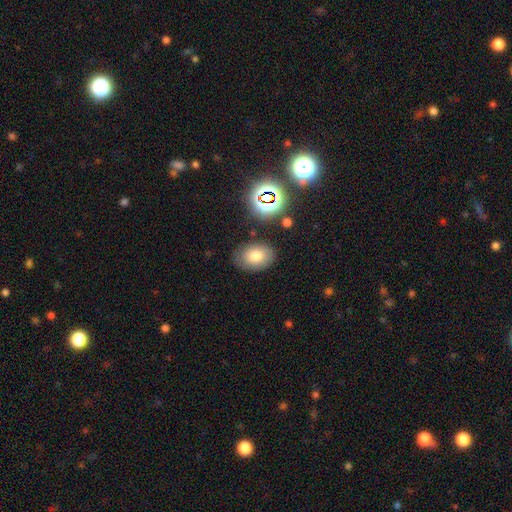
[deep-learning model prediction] This appears to be a smooth galaxy with no disk features (72%) that is in between round and cigar-shaped (80%). Merging: none (79%).